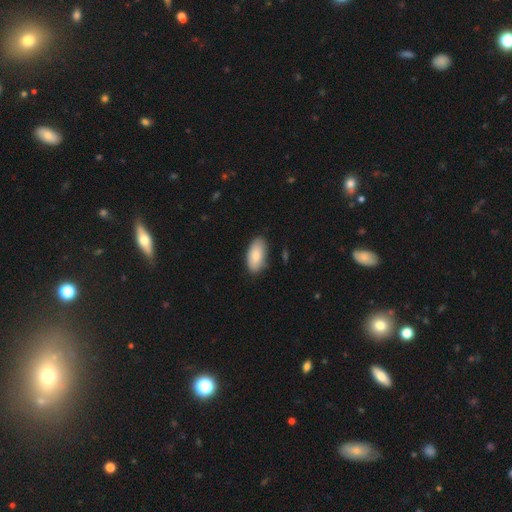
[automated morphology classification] type=smooth (85%); roundness=in between (93%); merging=none (81%).